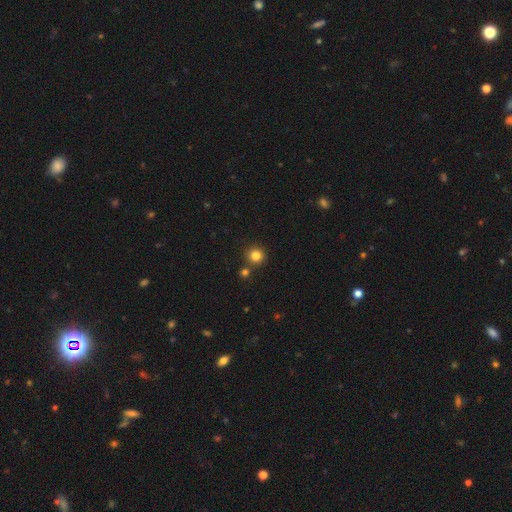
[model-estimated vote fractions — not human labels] Smooth or featured?
  - smooth: 83% *
  - star or artifact: 12%
  - featured or disk: 5%
How rounded?
  - round: 93% *
  - in between: 6%
  - cigar-shaped: 1%
Merging?
  - none: 81% *
  - merger: 9%
  - minor disturbance: 8%
  - major disturbance: 2%